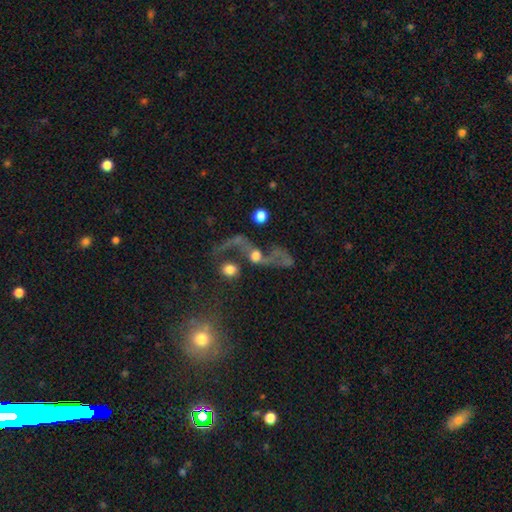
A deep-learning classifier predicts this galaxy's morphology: type=featured or disk (57%); edge-on=no (92%); bar=no (73%); spiral arms=yes (63%); bulge=moderate (42%); merging=merger (37%).